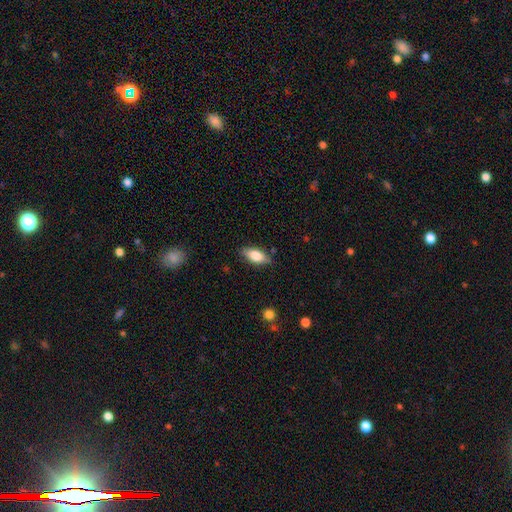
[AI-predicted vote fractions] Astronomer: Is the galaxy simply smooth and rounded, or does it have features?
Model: smooth — 79%.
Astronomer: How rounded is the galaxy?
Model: in between — 85%.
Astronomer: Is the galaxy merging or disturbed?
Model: none — 81%.